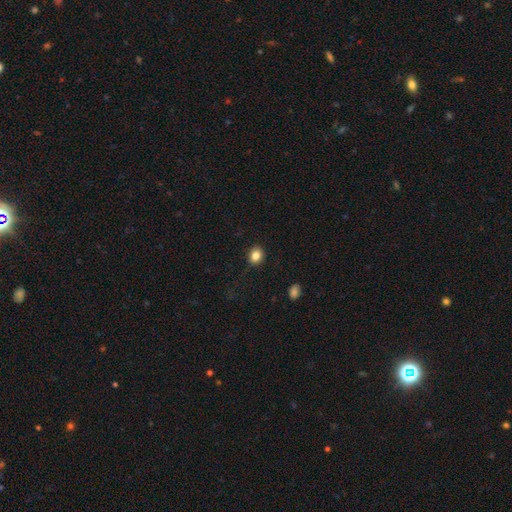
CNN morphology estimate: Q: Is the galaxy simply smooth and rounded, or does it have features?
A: smooth — 84%.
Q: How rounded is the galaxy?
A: round — 72%.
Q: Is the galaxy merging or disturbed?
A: none — 87%.